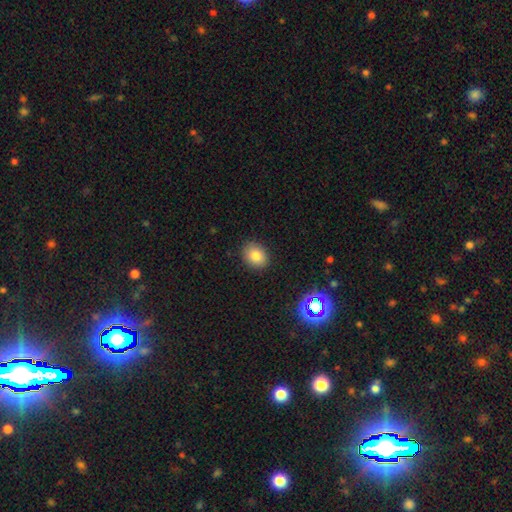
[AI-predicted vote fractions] smooth_or_featured: smooth (p=0.81) [alt: star or artifact p=0.11]
how_rounded: in between (p=0.52) [alt: round p=0.47]
merging: none (p=0.88) [alt: minor disturbance p=0.08]